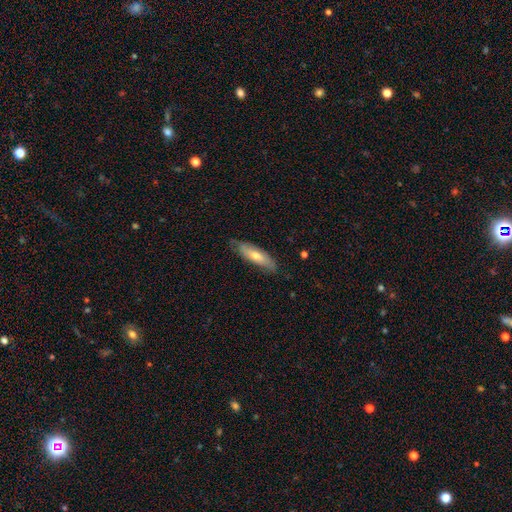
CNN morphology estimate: smooth 57%, featured or disk 37%, star or artifact 6%. Down the decision tree: how rounded — cigar-shaped (58%); merging — none (77%).